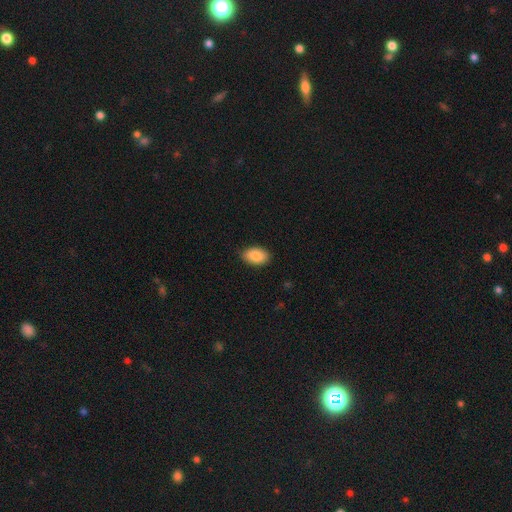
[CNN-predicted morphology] A smooth galaxy with no disk features (87%) that is in between round and cigar-shaped (91%).

Vote fractions:
- Smooth or featured? smooth: 87% / star or artifact: 7% / featured or disk: 6%
- How rounded? in between: 91% / round: 7% / cigar-shaped: 1%
- Merging? none: 85% / minor disturbance: 12% / major disturbance: 2% / merger: 1%